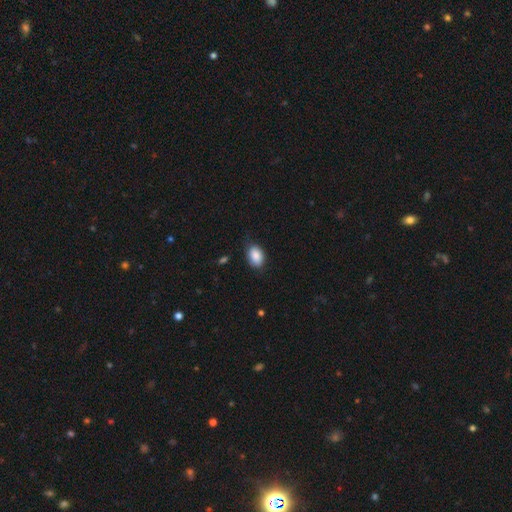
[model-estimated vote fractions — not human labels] This is clearly a smooth galaxy (87%). How rounded: likely in between (79%). Merging: likely none (74%).